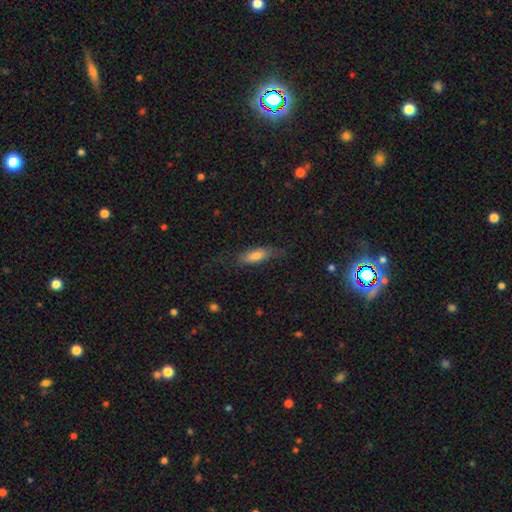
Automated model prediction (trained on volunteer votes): Smooth or featured? Predicted: smooth (p=0.67). How rounded? Predicted: in between (p=0.55). Merging? Predicted: none (p=0.65).